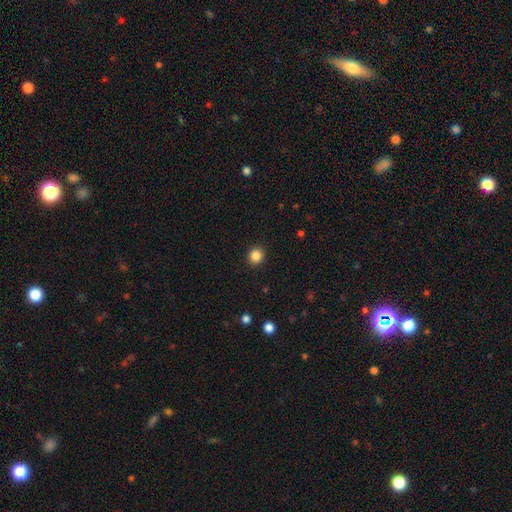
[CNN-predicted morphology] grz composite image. It shows a smooth galaxy with no disk features (85%) that is round (87%). Merging: none (92%).